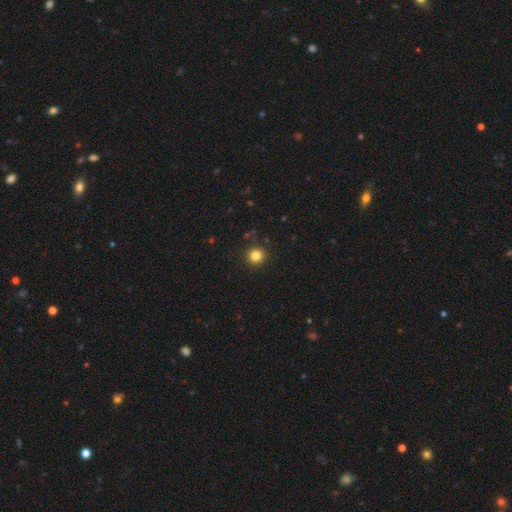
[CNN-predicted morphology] Q: Smooth or featured?
A: smooth (83%); runner-up: star or artifact (12%)
Q: How rounded?
A: round (94%); runner-up: in between (5%)
Q: Merging?
A: none (92%); runner-up: minor disturbance (5%)